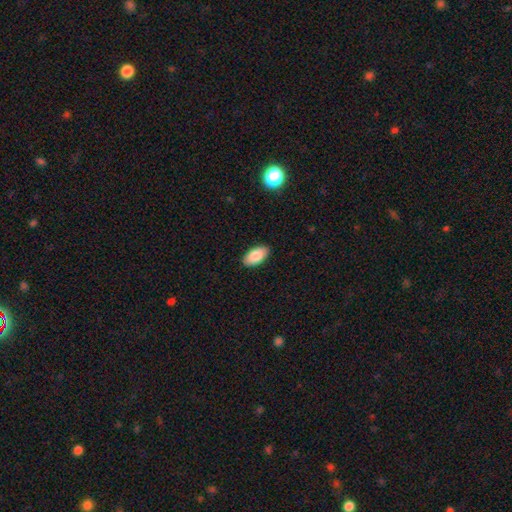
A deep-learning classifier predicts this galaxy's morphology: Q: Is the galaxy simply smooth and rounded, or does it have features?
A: smooth — 86%.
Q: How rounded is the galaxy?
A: in between — 95%.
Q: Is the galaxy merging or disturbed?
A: none — 89%.